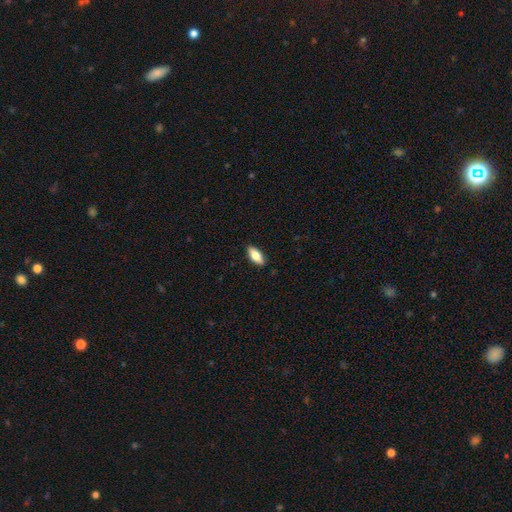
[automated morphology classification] Smooth or featured? smooth (74%)
How rounded? in between (80%)
Merging? none (89%)